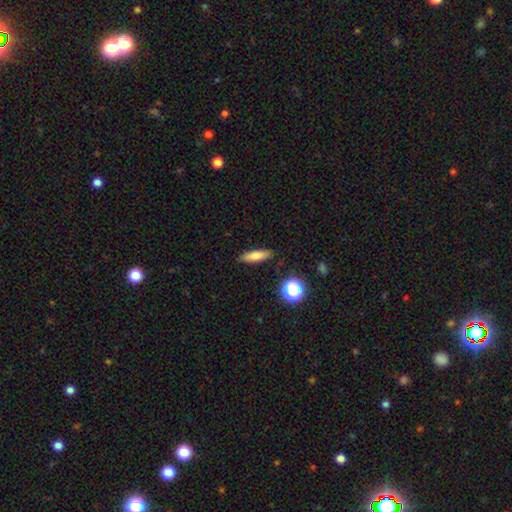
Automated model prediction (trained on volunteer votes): smooth_or_featured: smooth (p=0.74) [alt: featured or disk p=0.16]
how_rounded: cigar-shaped (p=0.62) [alt: in between p=0.34]
merging: none (p=0.88) [alt: minor disturbance p=0.09]